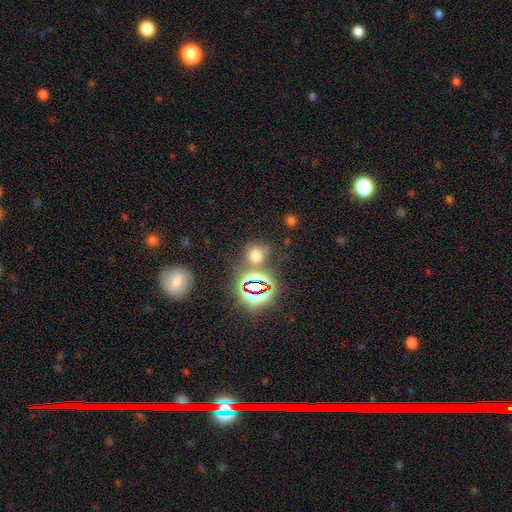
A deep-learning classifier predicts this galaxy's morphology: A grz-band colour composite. It shows a smooth galaxy with no disk features (52%) that is round (71%). Merging: none (68%).